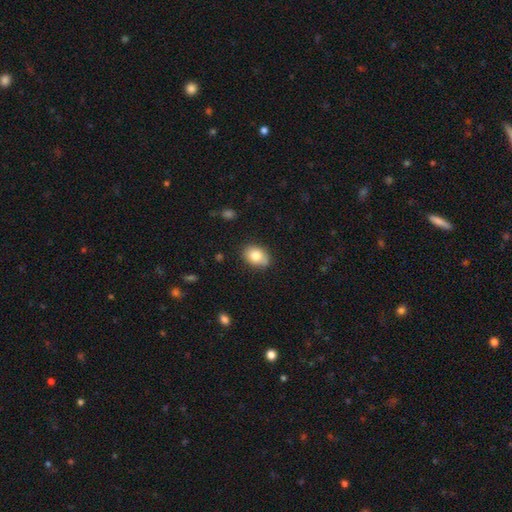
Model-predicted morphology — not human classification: A smooth galaxy with no disk features (80%) that is in between round and cigar-shaped (77%).

Vote fractions:
- Smooth or featured? smooth: 80% / featured or disk: 12% / star or artifact: 8%
- How rounded? in between: 77% / round: 22% / cigar-shaped: 1%
- Merging? none: 80% / minor disturbance: 16% / major disturbance: 3% / merger: 2%